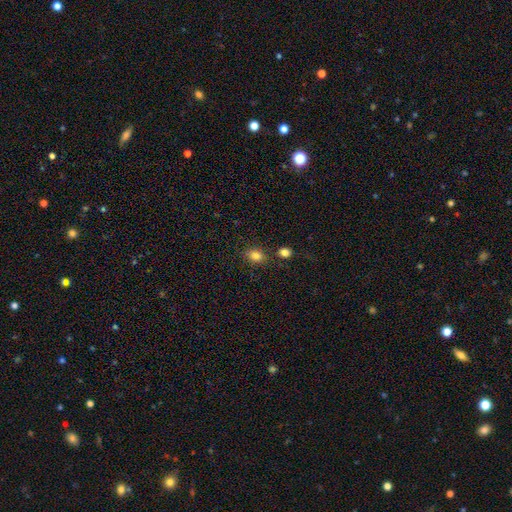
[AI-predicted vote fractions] smooth 84%, star or artifact 11%, featured or disk 6%. Down the decision tree: how rounded — in between (60%); merging — none (78%).